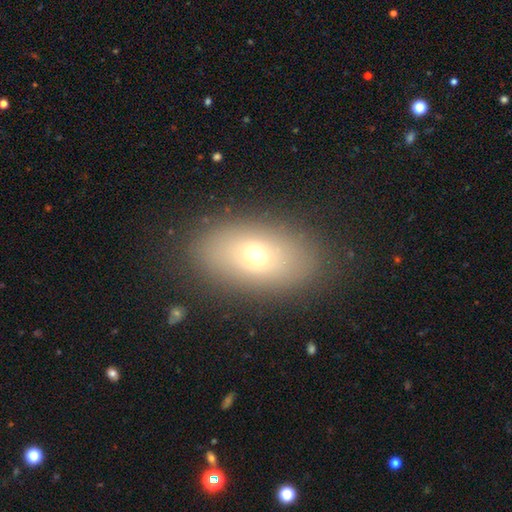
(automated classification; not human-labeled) smooth-or-featured: smooth: 66% | featured or disk: 21% | star or artifact: 13%
  how-rounded: in between: 86% | round: 10% | cigar-shaped: 4%
  merging: none: 85% | minor disturbance: 9% | major disturbance: 4% | merger: 1%